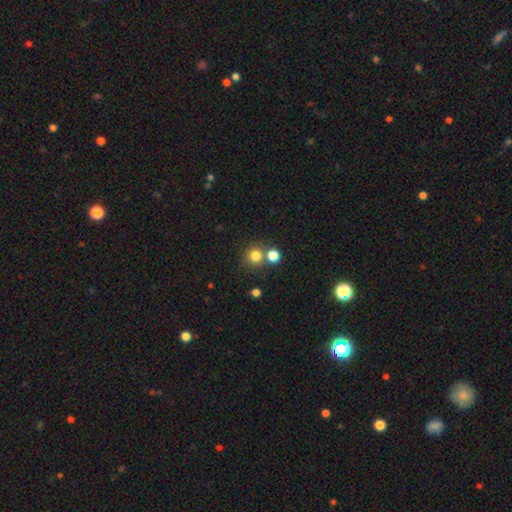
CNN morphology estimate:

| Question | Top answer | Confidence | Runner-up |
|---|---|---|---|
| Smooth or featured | smooth | 79% | star or artifact (14%) |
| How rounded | round | 91% | in between (8%) |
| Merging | none | 69% | merger (20%) |